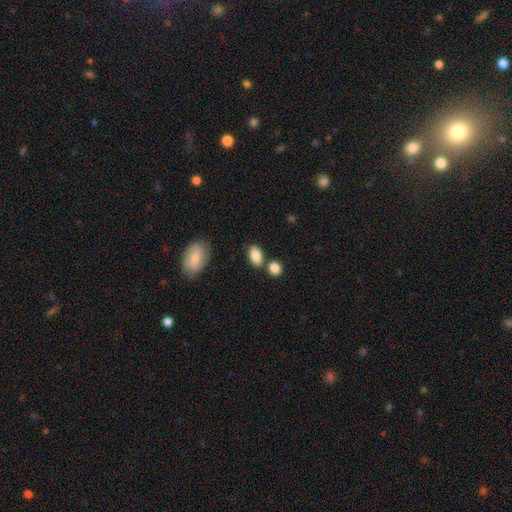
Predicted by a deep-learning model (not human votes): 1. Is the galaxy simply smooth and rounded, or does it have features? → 85% smooth, 8% star or artifact, 7% featured or disk.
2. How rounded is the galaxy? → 88% in between, 10% round, 2% cigar-shaped.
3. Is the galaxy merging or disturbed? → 68% none, 16% merger, 13% minor disturbance, 3% major disturbance.